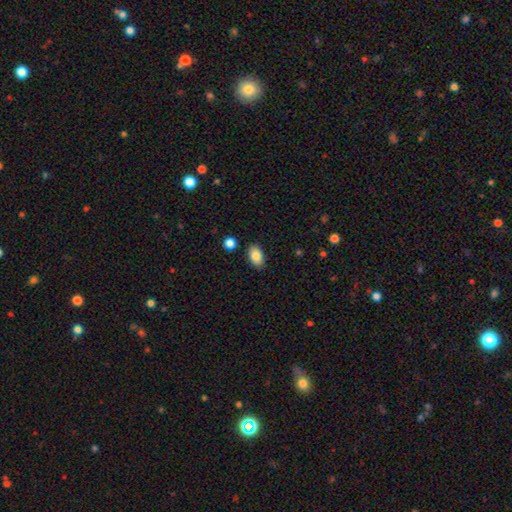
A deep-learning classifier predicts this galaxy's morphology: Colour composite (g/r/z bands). It shows a smooth galaxy with no disk features (86%) that is in between round and cigar-shaped (91%). Merging: none (84%).